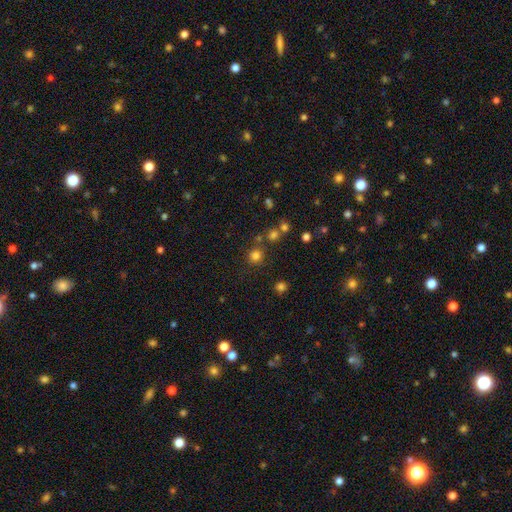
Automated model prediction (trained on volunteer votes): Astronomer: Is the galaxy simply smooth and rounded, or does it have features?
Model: smooth — 77%.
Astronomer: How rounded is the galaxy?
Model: round — 92%.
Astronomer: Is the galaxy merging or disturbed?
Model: none — 80%.